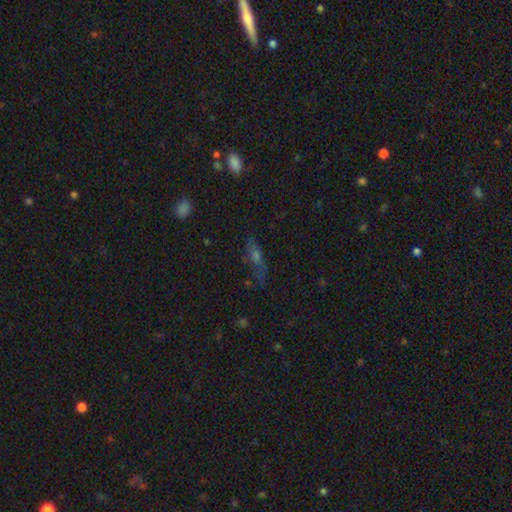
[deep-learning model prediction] Smooth or featured: featured or disk — 37% (smooth — 36%)
Merging: none — 66% (minor disturbance — 19%)